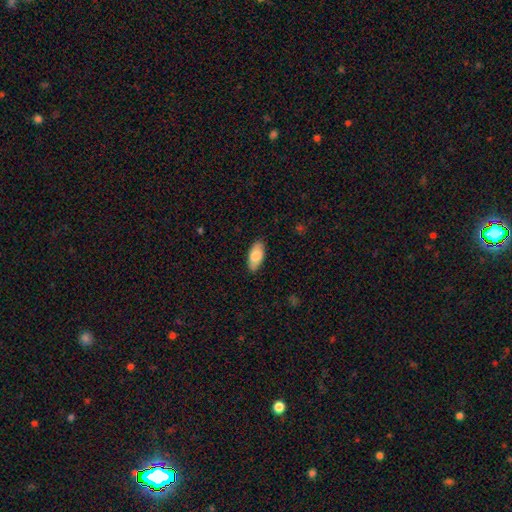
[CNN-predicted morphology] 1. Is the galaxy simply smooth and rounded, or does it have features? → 78% smooth, 16% featured or disk, 6% star or artifact.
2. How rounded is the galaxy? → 90% in between, 8% cigar-shaped, 2% round.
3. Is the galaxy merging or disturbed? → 86% none, 11% minor disturbance, 2% major disturbance, 1% merger.